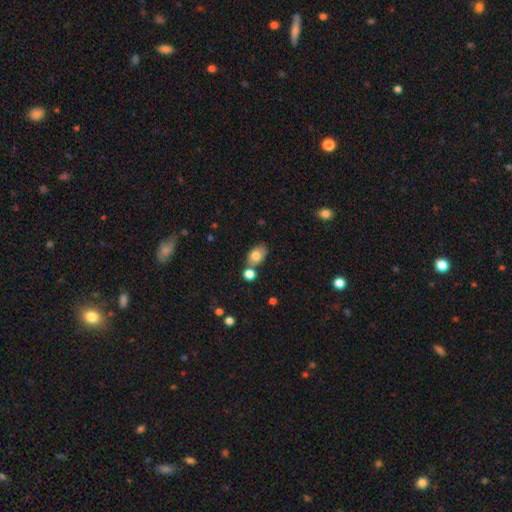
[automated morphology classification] Smooth or featured?
  - smooth: 78% *
  - featured or disk: 14%
  - star or artifact: 8%
How rounded?
  - in between: 83% *
  - round: 15%
  - cigar-shaped: 1%
Merging?
  - none: 61% *
  - merger: 22%
  - minor disturbance: 14%
  - major disturbance: 4%